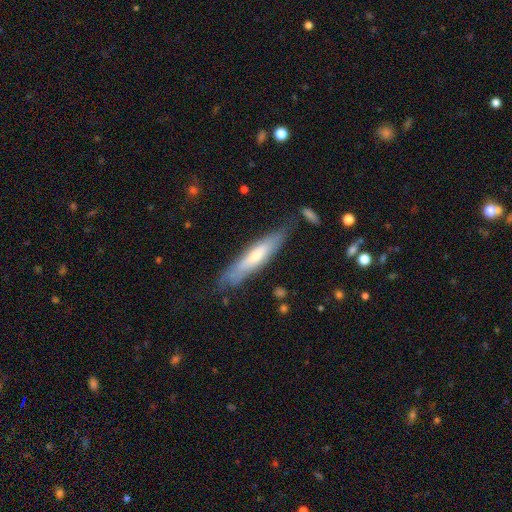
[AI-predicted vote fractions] Smooth or featured? smooth (48%)
Merging? none (74%)